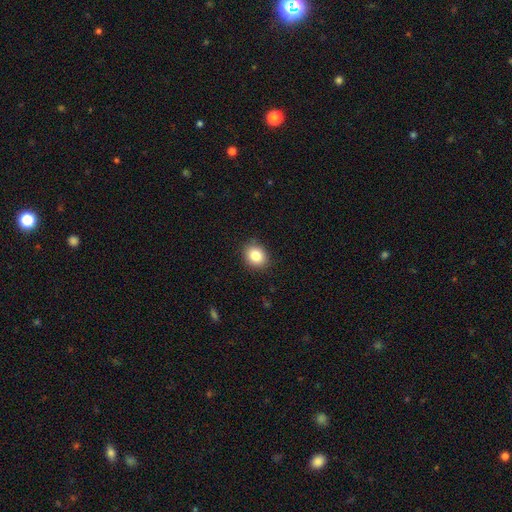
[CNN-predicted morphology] Smooth or featured? Predicted: smooth (p=0.84). How rounded? Predicted: round (p=0.63). Merging? Predicted: none (p=0.88).